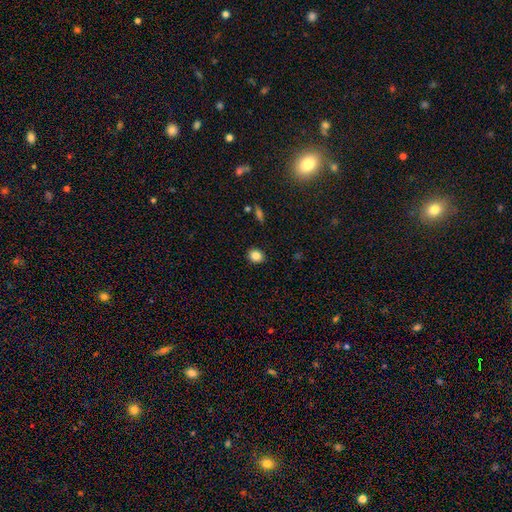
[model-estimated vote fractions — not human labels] Smooth or featured?
  - smooth: 84% *
  - star or artifact: 10%
  - featured or disk: 5%
How rounded?
  - round: 72% *
  - in between: 27%
  - cigar-shaped: 1%
Merging?
  - none: 90% *
  - minor disturbance: 7%
  - major disturbance: 2%
  - merger: 1%